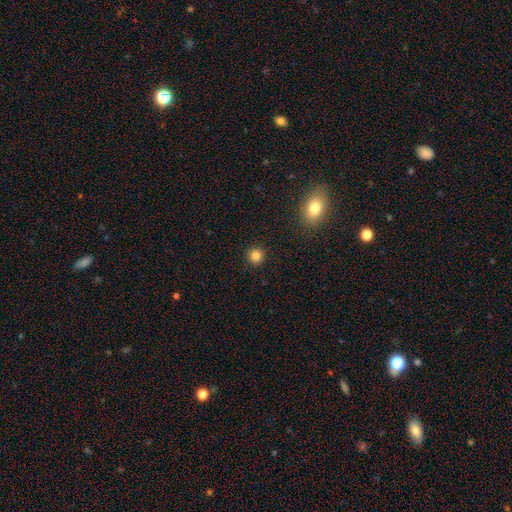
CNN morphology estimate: smooth-or-featured: smooth: 83% | star or artifact: 12% | featured or disk: 5%
  how-rounded: round: 94% | in between: 5% | cigar-shaped: 1%
  merging: none: 93% | minor disturbance: 5% | major disturbance: 2% | merger: 1%